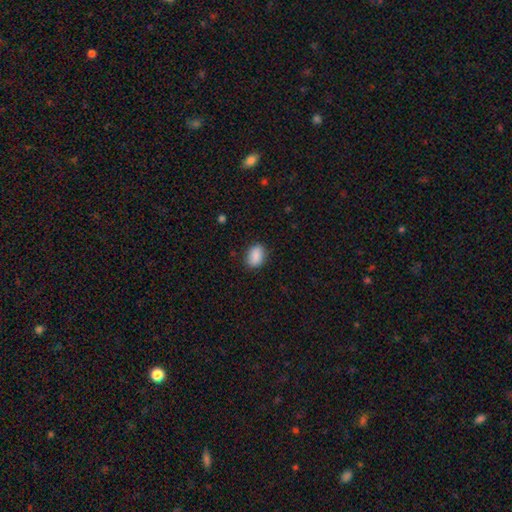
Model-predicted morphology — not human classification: This is clearly a smooth galaxy (88%). How rounded: likely in between (78%). Merging: clearly none (84%).